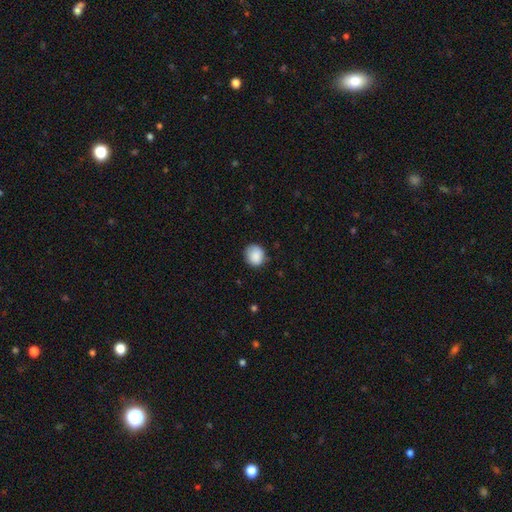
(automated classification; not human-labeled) Q: Smooth or featured?
A: smooth (88%); runner-up: star or artifact (8%)
Q: How rounded?
A: round (77%); runner-up: in between (23%)
Q: Merging?
A: none (77%); runner-up: minor disturbance (18%)